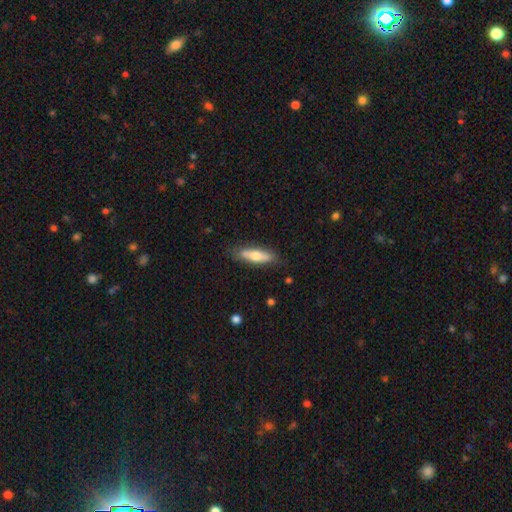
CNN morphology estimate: Smooth or featured? Predicted: smooth (p=0.60). How rounded? Predicted: cigar-shaped (p=0.62). Merging? Predicted: none (p=0.81).